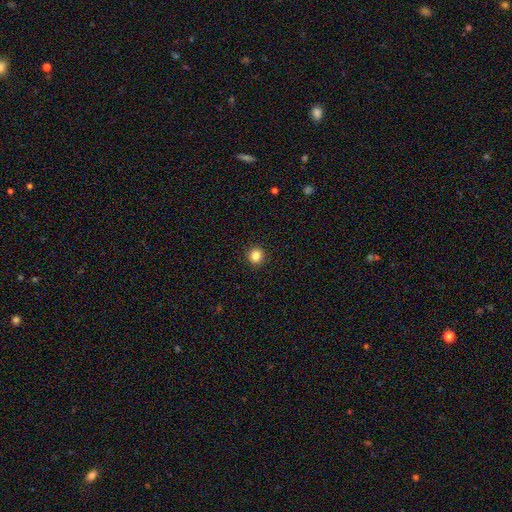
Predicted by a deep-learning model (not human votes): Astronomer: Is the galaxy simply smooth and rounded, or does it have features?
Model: smooth — 85%.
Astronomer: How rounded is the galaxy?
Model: round — 90%.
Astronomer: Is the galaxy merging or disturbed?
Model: none — 92%.